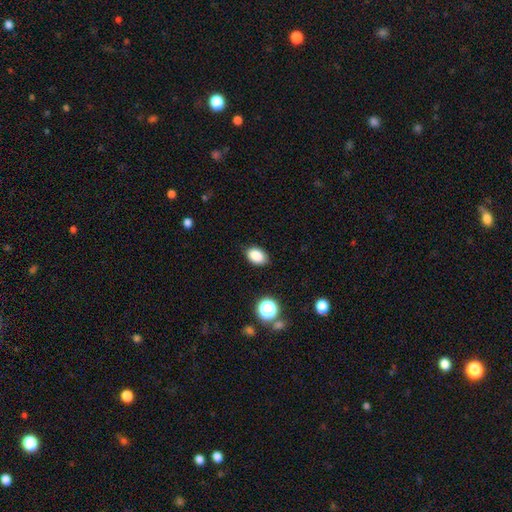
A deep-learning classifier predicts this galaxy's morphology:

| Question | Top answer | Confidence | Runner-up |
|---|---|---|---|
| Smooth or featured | smooth | 86% | star or artifact (10%) |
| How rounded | in between | 85% | round (14%) |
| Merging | none | 85% | minor disturbance (12%) |